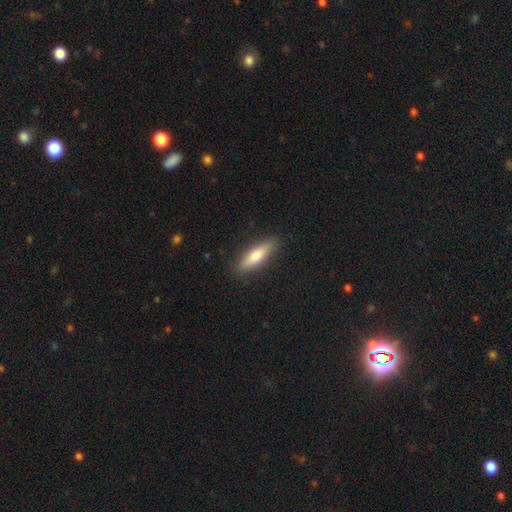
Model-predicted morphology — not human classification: Smooth or featured? Predicted: smooth (p=0.71). How rounded? Predicted: cigar-shaped (p=0.67). Merging? Predicted: none (p=0.88).